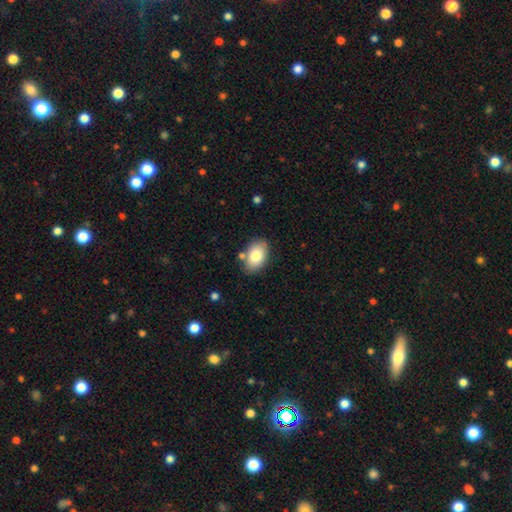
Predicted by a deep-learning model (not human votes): A smooth galaxy with no disk features (80%) that is in between round and cigar-shaped (87%). Merging: none (79%).